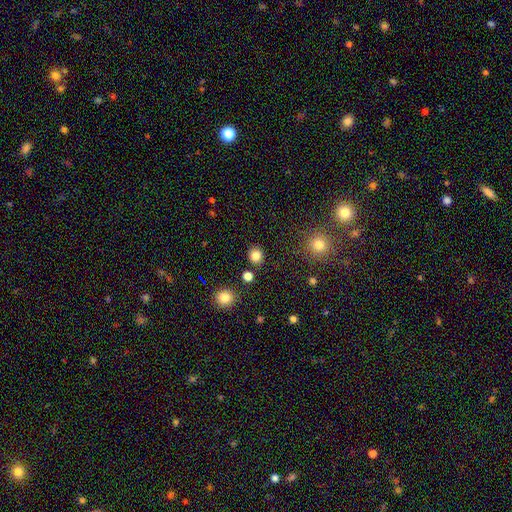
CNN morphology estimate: type=smooth (83%); roundness=round (84%); merging=none (87%).